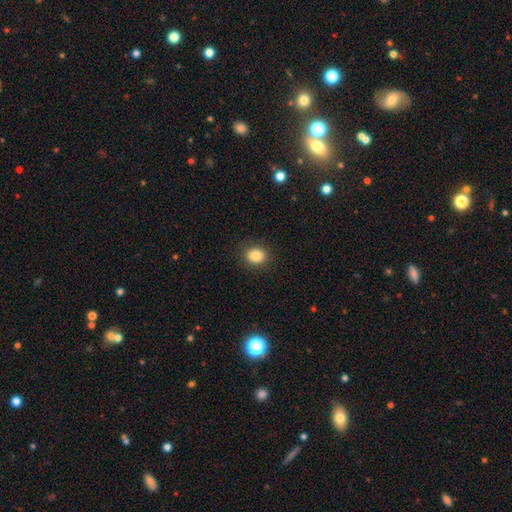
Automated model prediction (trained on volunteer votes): Smooth or featured: smooth — 84% (star or artifact — 10%)
How rounded: round — 67% (in between — 32%)
Merging: none — 88% (minor disturbance — 8%)